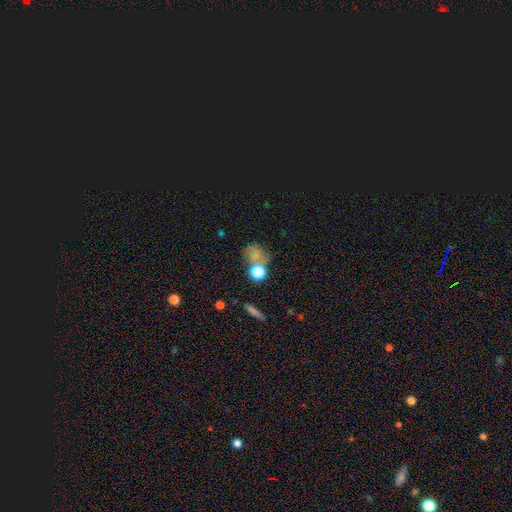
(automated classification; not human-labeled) A smooth galaxy with no disk features (55%) that is round (67%).

Vote fractions:
- Smooth or featured? smooth: 55% / star or artifact: 29% / featured or disk: 16%
- How rounded? round: 67% / in between: 31% / cigar-shaped: 2%
- Merging? none: 48% / merger: 19% / minor disturbance: 16% / major disturbance: 16%